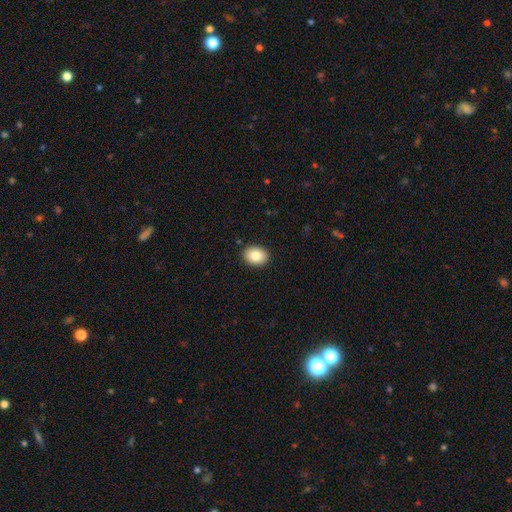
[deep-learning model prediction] Smooth or featured?
  - smooth: 84% *
  - star or artifact: 8%
  - featured or disk: 8%
How rounded?
  - in between: 65% *
  - round: 34%
  - cigar-shaped: 1%
Merging?
  - none: 91% *
  - minor disturbance: 6%
  - major disturbance: 2%
  - merger: 1%